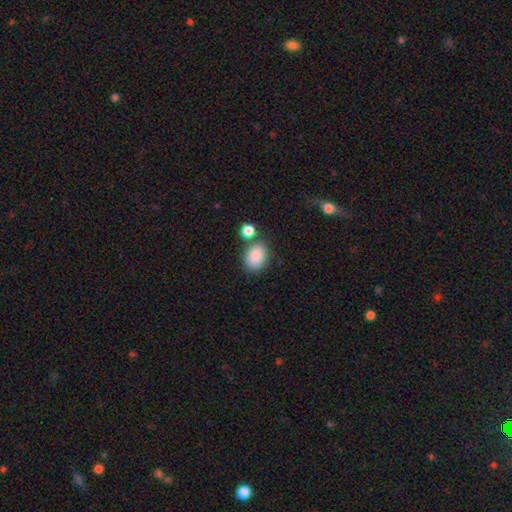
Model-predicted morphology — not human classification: Smooth or featured? smooth (87%)
How rounded? in between (68%)
Merging? none (67%)